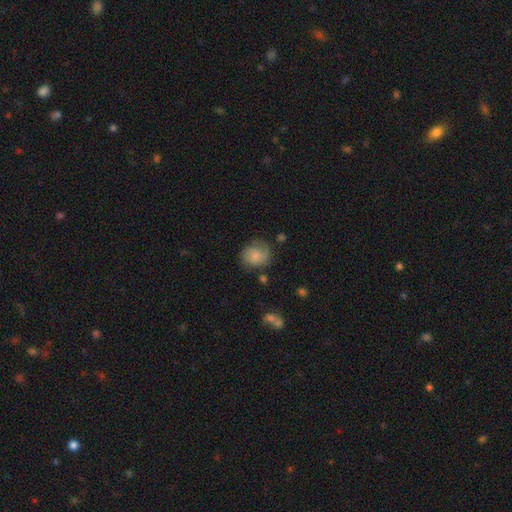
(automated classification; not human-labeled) smooth_or_featured: smooth (p=0.62) [alt: featured or disk p=0.30]
how_rounded: round (p=0.73) [alt: in between p=0.26]
merging: none (p=0.63) [alt: minor disturbance p=0.24]